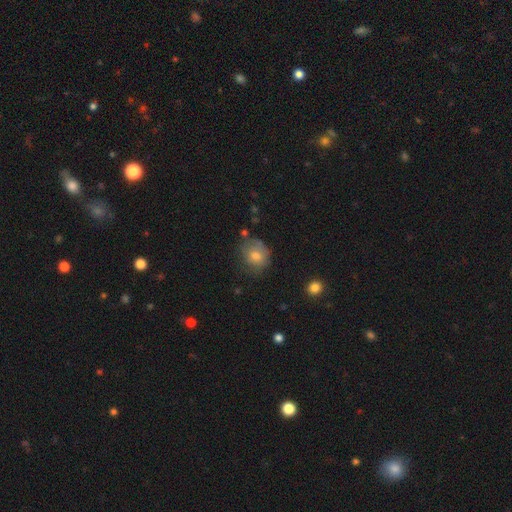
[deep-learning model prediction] This appears to be a smooth galaxy with no disk features (69%) that is round (68%). Merging: none (61%).